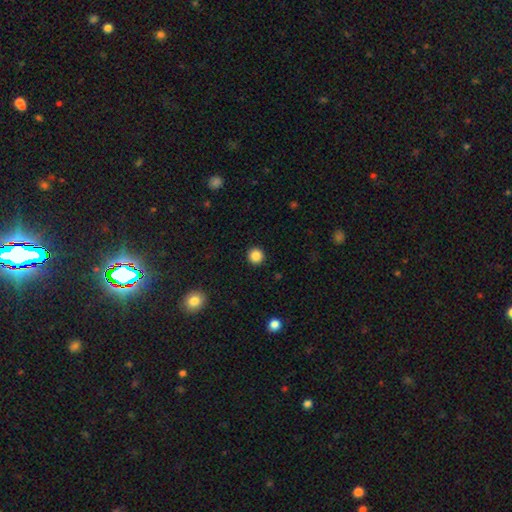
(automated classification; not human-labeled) Overall: smooth (86%). How rounded: round (95%). Merging: none (93%).